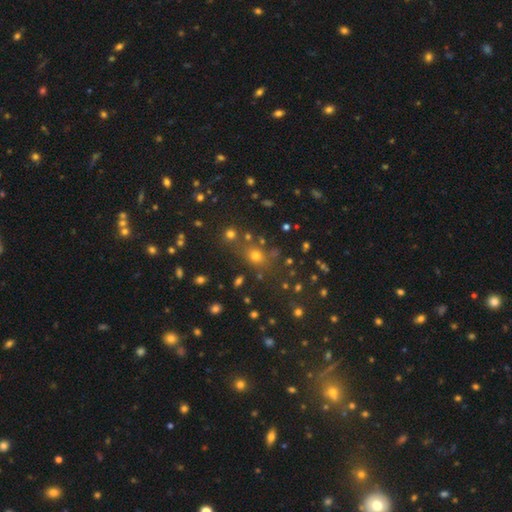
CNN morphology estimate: The model was most divided on "smooth or featured": smooth: 47%, star or artifact: 43%, featured or disk: 9%. More confident: merging — none (72%).